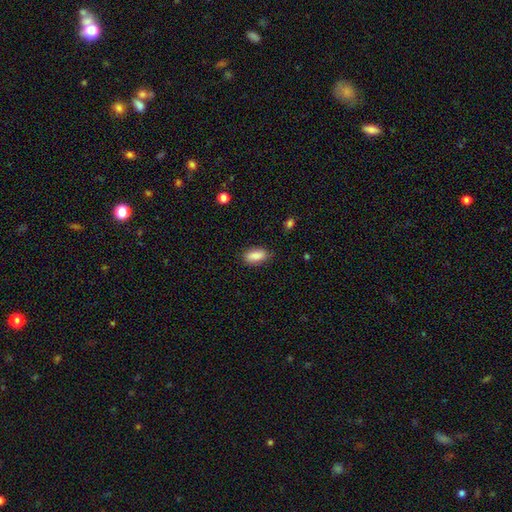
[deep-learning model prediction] Smooth or featured?
  - smooth: 86% *
  - star or artifact: 7%
  - featured or disk: 7%
How rounded?
  - in between: 89% *
  - cigar-shaped: 7%
  - round: 3%
Merging?
  - none: 80% *
  - minor disturbance: 16%
  - major disturbance: 3%
  - merger: 1%